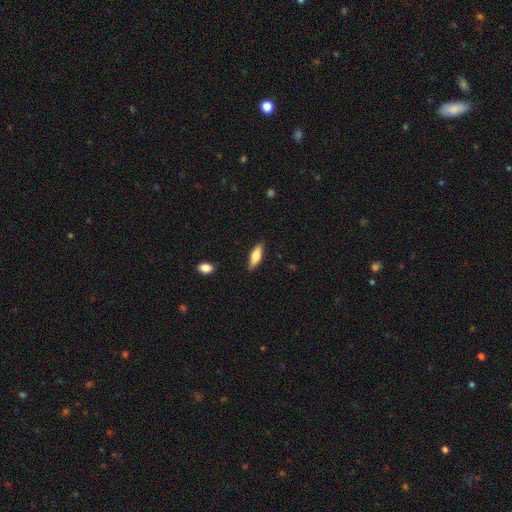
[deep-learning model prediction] Smooth or featured? Predicted: smooth (p=0.71). How rounded? Predicted: in between (p=0.63). Merging? Predicted: none (p=0.86).